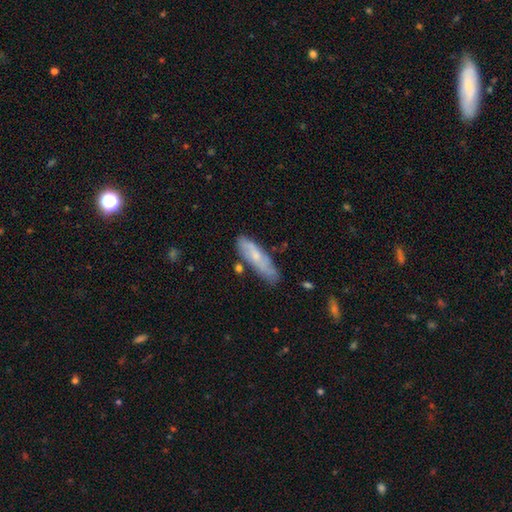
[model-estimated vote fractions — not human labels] This appears to be a smooth galaxy with no disk features (52%) that is cigar-shaped (63%). Merging: none (67%).